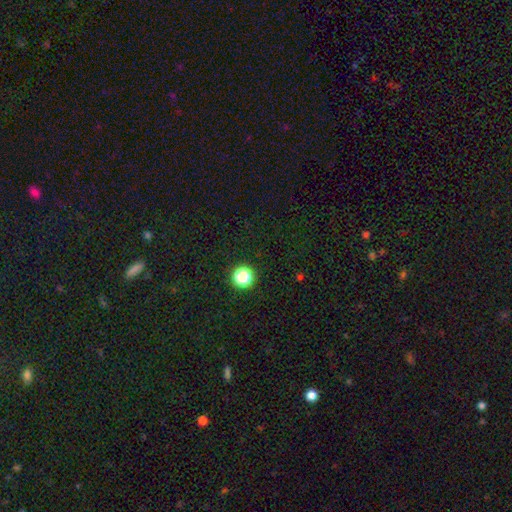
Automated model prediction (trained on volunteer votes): Morphology: type=star or artifact (64%).